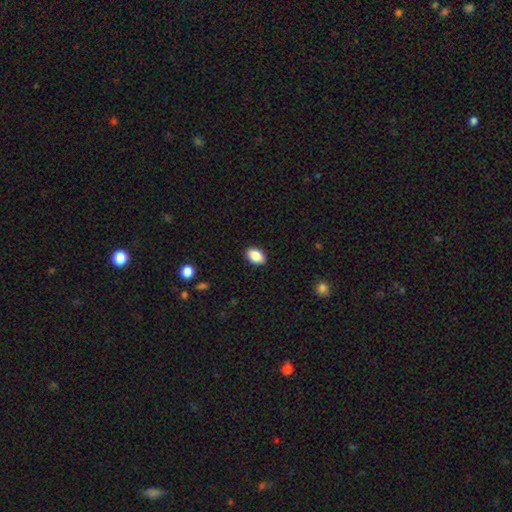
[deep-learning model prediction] smooth 87%, star or artifact 7%, featured or disk 5%. Down the decision tree: how rounded — in between (90%); merging — none (88%).